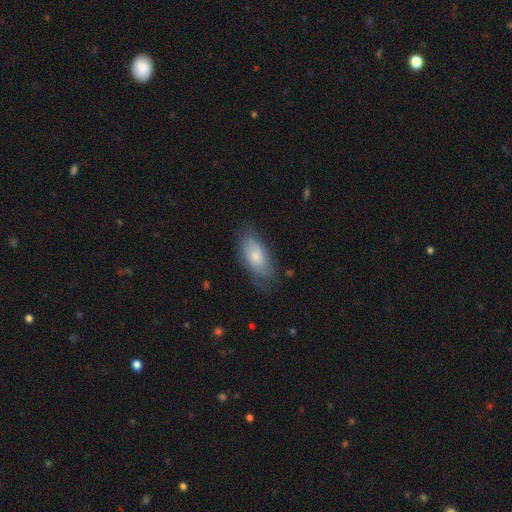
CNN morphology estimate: type=smooth (59%); roundness=in between (88%); merging=none (64%).